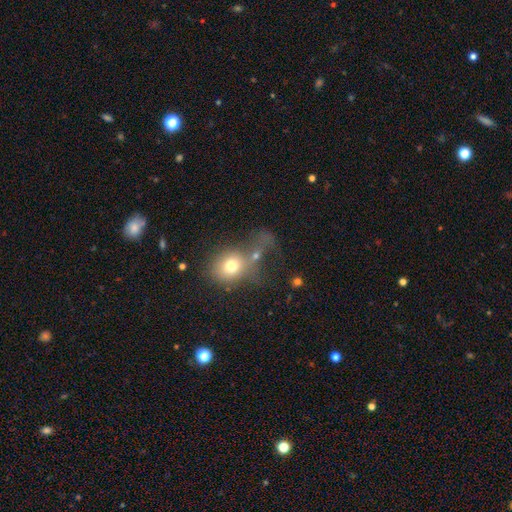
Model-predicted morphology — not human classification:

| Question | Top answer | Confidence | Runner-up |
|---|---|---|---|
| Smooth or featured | smooth | 64% | star or artifact (22%) |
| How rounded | round | 73% | in between (25%) |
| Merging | none | 46% | merger (23%) |